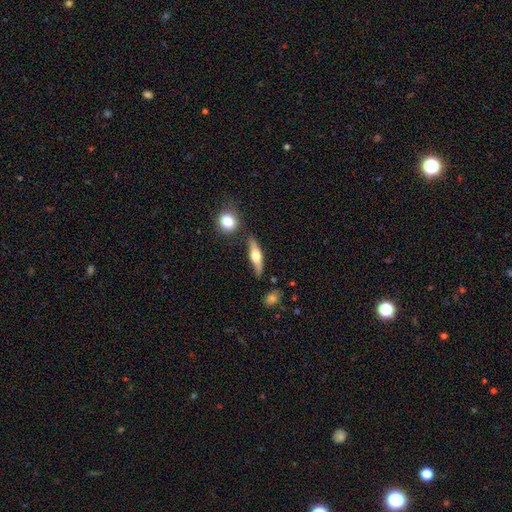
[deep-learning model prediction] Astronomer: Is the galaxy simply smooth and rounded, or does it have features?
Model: smooth — 47%, tied with featured or disk at 47%.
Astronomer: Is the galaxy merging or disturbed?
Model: none — 76%.